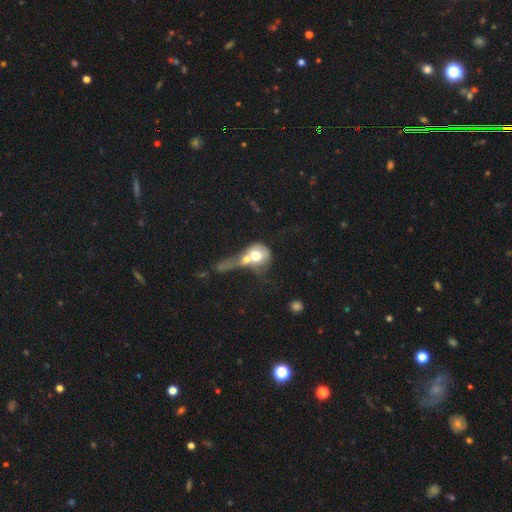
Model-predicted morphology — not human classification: A smooth galaxy with no disk features (62%) that is round (67%).

Vote fractions:
- Smooth or featured? smooth: 62% / featured or disk: 30% / star or artifact: 9%
- How rounded? round: 67% / in between: 28% / cigar-shaped: 5%
- Merging? merger: 64% / major disturbance: 17% / none: 11% / minor disturbance: 8%